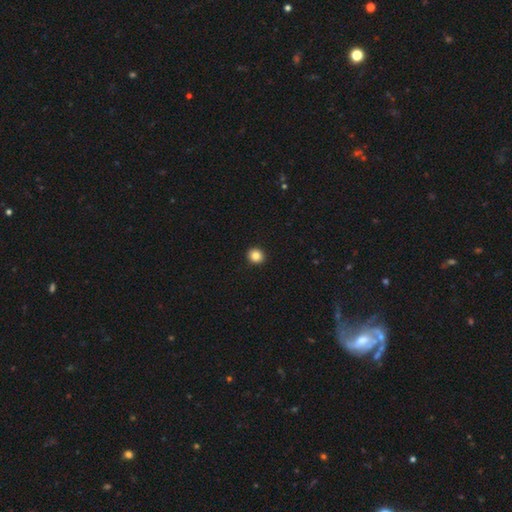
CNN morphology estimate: smooth-or-featured: smooth: 84% | star or artifact: 10% | featured or disk: 5%
  how-rounded: round: 89% | in between: 10% | cigar-shaped: 1%
  merging: none: 94% | minor disturbance: 4% | major disturbance: 1% | merger: 1%